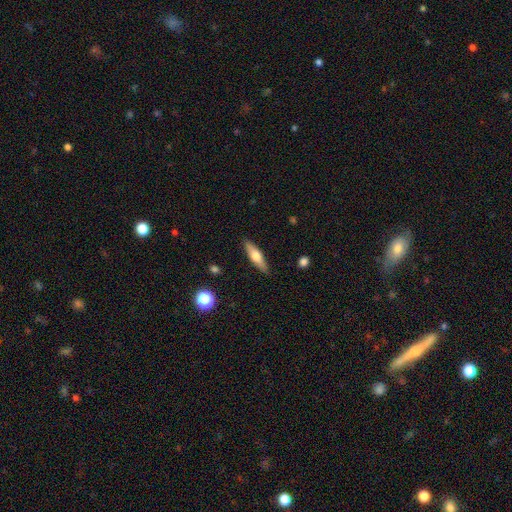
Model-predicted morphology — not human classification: Smooth or featured: smooth — 53% (featured or disk — 41%)
How rounded: cigar-shaped — 66% (in between — 32%)
Merging: none — 88% (minor disturbance — 9%)